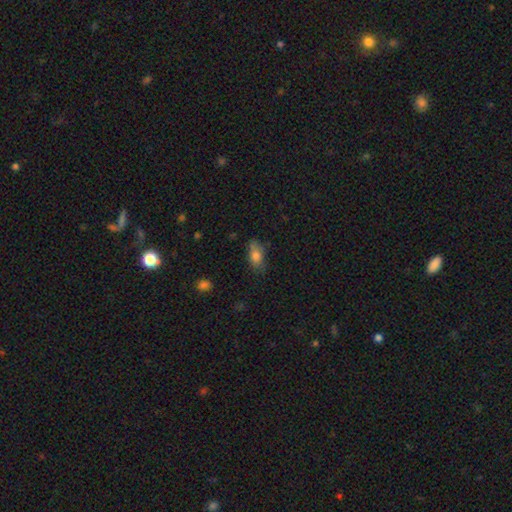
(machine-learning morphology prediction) Smooth or featured?
  - smooth: 77% *
  - featured or disk: 14%
  - star or artifact: 9%
How rounded?
  - in between: 84% *
  - round: 8%
  - cigar-shaped: 8%
Merging?
  - none: 65% *
  - minor disturbance: 25%
  - major disturbance: 7%
  - merger: 3%